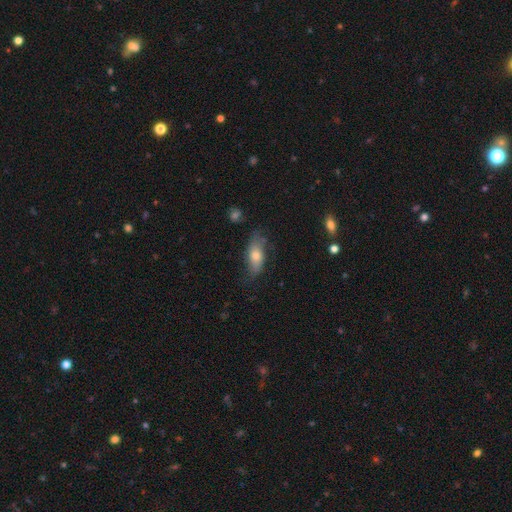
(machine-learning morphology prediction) Smooth or featured?
  - smooth: 63% *
  - featured or disk: 28%
  - star or artifact: 8%
How rounded?
  - in between: 75% *
  - cigar-shaped: 21%
  - round: 4%
Merging?
  - none: 65% *
  - minor disturbance: 25%
  - major disturbance: 8%
  - merger: 2%